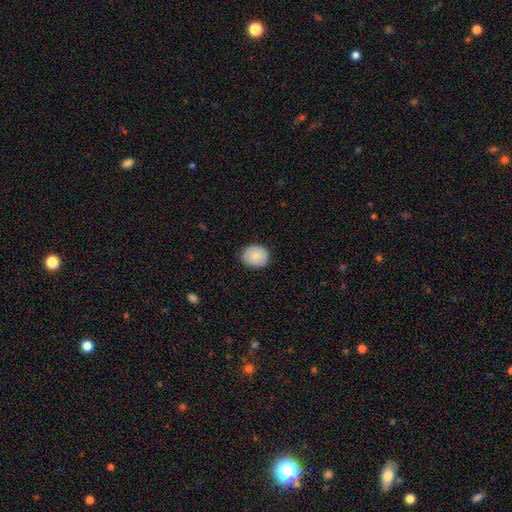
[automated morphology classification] A smooth galaxy with no disk features (85%) that is round (57%).

Vote fractions:
- Smooth or featured? smooth: 85% / featured or disk: 8% / star or artifact: 7%
- How rounded? round: 57% / in between: 42% / cigar-shaped: 1%
- Merging? none: 83% / minor disturbance: 13% / major disturbance: 2% / merger: 1%